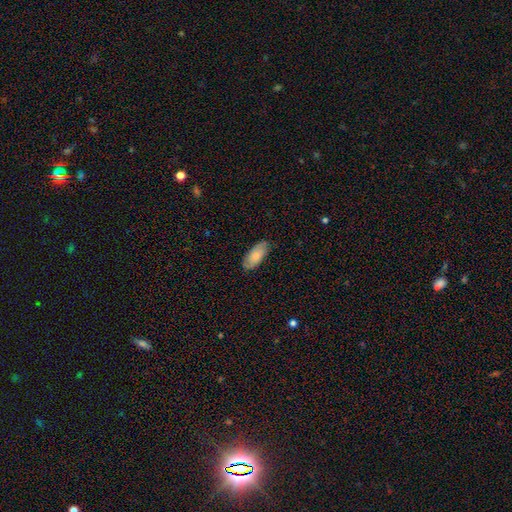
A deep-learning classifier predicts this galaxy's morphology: Smooth or featured?
  - smooth: 79% *
  - featured or disk: 15%
  - star or artifact: 6%
How rounded?
  - in between: 88% *
  - cigar-shaped: 10%
  - round: 2%
Merging?
  - none: 83% *
  - minor disturbance: 13%
  - major disturbance: 2%
  - merger: 1%